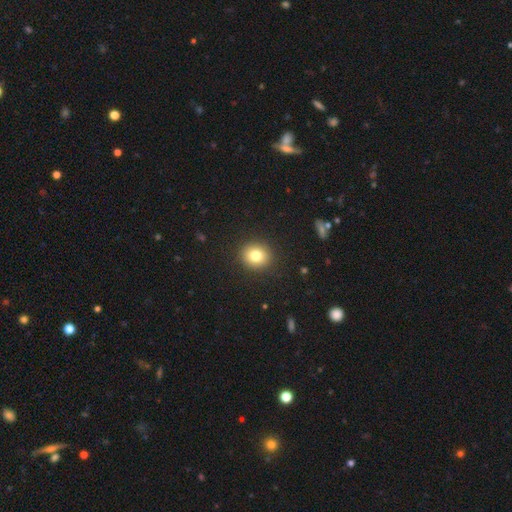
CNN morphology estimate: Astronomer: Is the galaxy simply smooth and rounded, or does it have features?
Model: smooth — 79%.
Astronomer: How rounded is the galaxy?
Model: round — 82%.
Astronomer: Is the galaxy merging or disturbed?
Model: none — 91%.